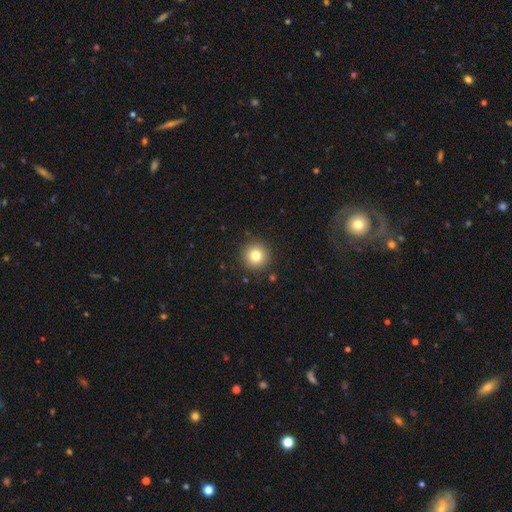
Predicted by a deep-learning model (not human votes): Morphology: type=smooth (80%); roundness=round (95%); merging=none (90%).